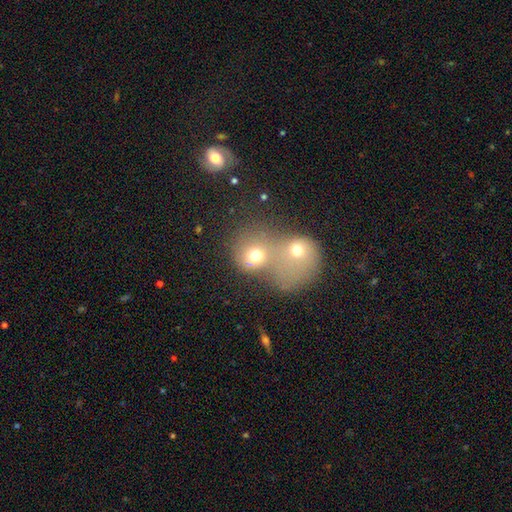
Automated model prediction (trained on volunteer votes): Q: Smooth or featured?
A: smooth (68%); runner-up: featured or disk (17%)
Q: How rounded?
A: round (76%); runner-up: in between (23%)
Q: Merging?
A: merger (73%); runner-up: none (16%)